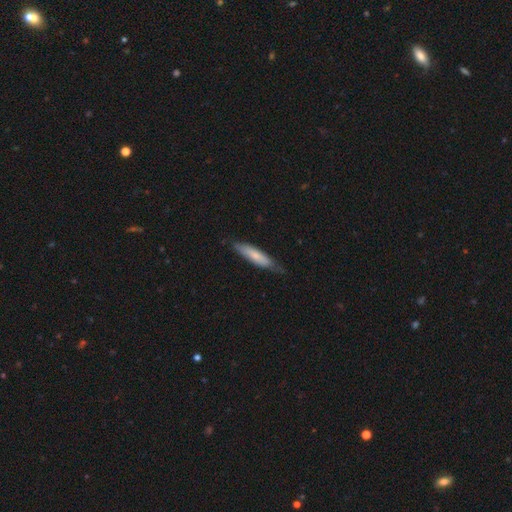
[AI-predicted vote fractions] Smooth or featured: smooth — 69% (featured or disk — 26%)
How rounded: cigar-shaped — 74% (in between — 25%)
Merging: none — 69% (minor disturbance — 25%)